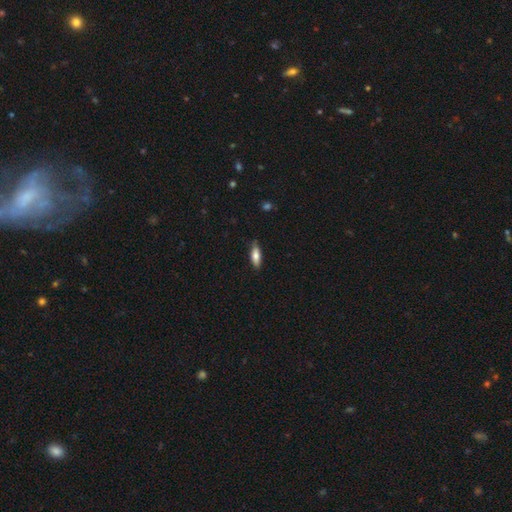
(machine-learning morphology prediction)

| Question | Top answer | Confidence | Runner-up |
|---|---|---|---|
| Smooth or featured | smooth | 73% | featured or disk (21%) |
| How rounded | in between | 62% | cigar-shaped (36%) |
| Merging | none | 82% | minor disturbance (15%) |